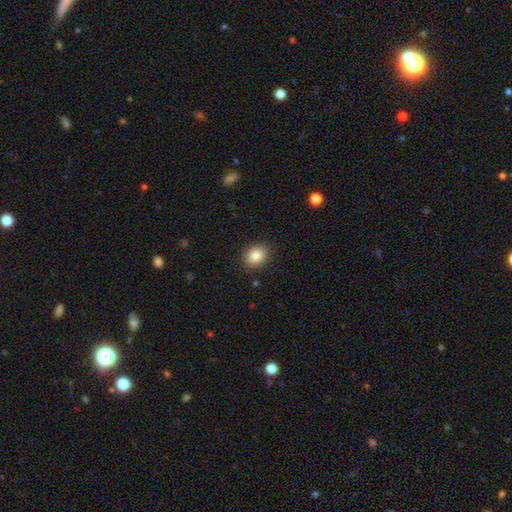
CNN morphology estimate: Smooth or featured? Predicted: smooth (p=0.85). How rounded? Predicted: in between (p=0.58). Merging? Predicted: none (p=0.88).